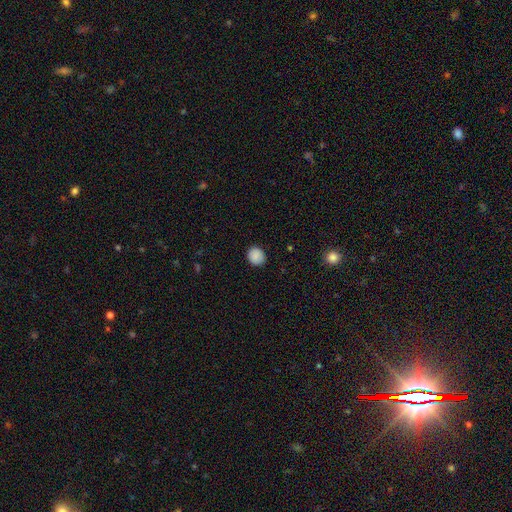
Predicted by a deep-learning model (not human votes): Overall: smooth (88%). How rounded: round (83%). Merging: none (88%).